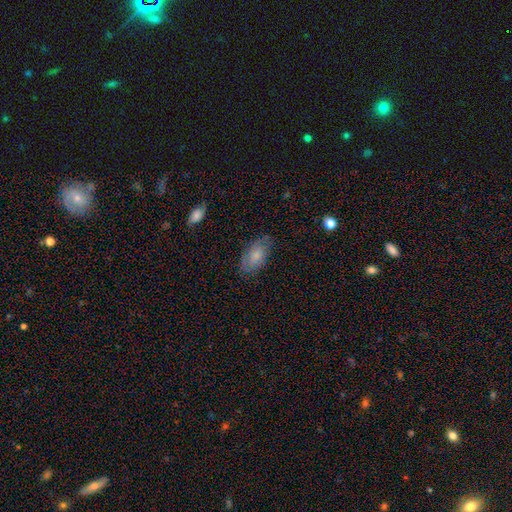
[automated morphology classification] Smooth or featured? Predicted: smooth (p=0.70). How rounded? Predicted: in between (p=0.93). Merging? Predicted: none (p=0.75).